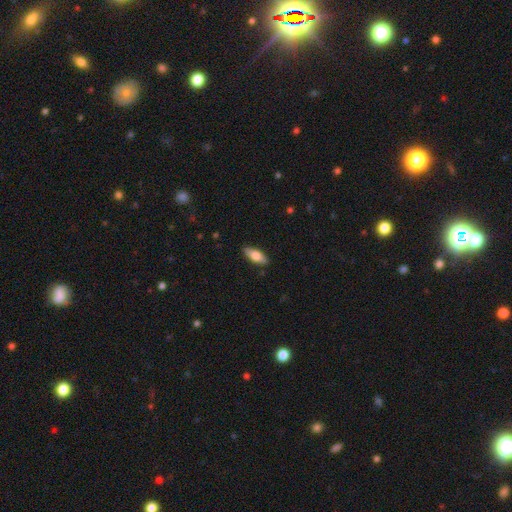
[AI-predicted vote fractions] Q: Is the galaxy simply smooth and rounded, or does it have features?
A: smooth — 70%.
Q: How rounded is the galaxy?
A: in between — 72%.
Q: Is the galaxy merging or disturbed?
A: none — 88%.